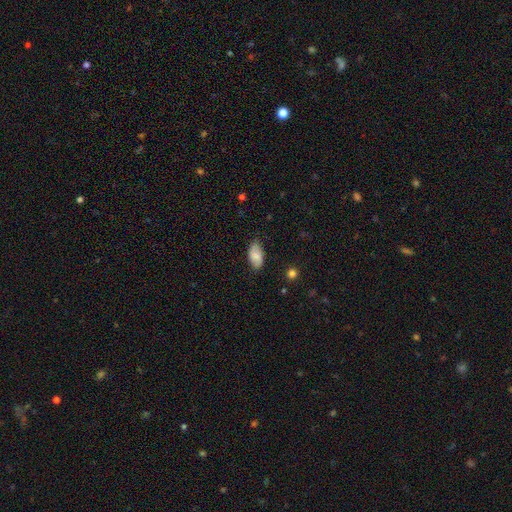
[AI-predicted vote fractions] A smooth galaxy with no disk features (79%) that is in between round and cigar-shaped (94%). Merging: none (79%).